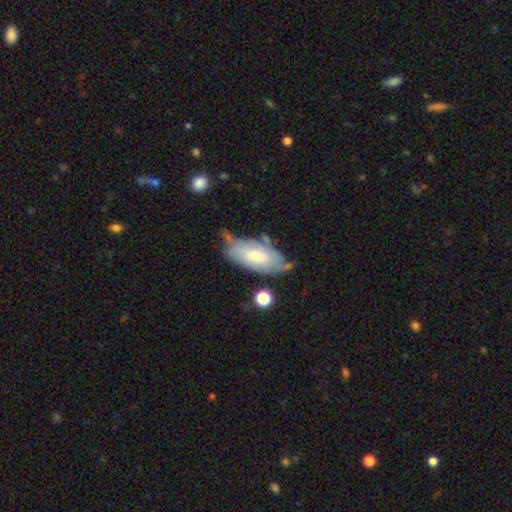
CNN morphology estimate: This appears to be a smooth galaxy with no disk features (49%). Merging: none (55%).